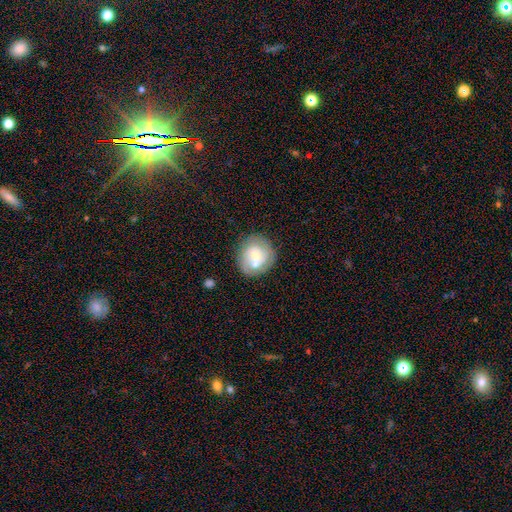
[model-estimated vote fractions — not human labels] smooth-or-featured: smooth: 48% | featured or disk: 44% | star or artifact: 7%
  merging: none: 51% | merger: 30% | minor disturbance: 14% | major disturbance: 5%